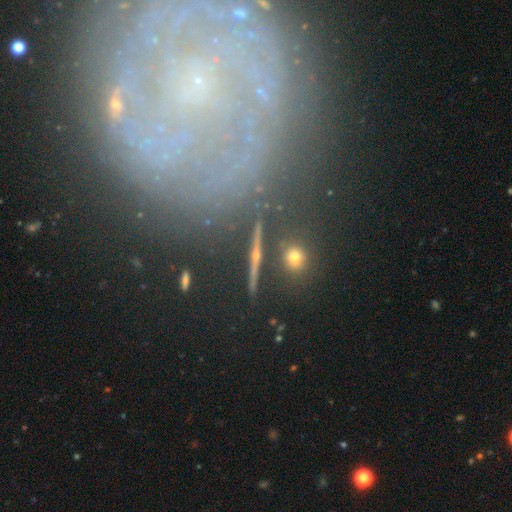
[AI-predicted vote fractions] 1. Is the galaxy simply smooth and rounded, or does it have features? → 47% featured or disk, 29% star or artifact, 24% smooth.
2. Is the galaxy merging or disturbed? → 80% none, 10% minor disturbance, 5% major disturbance, 5% merger.